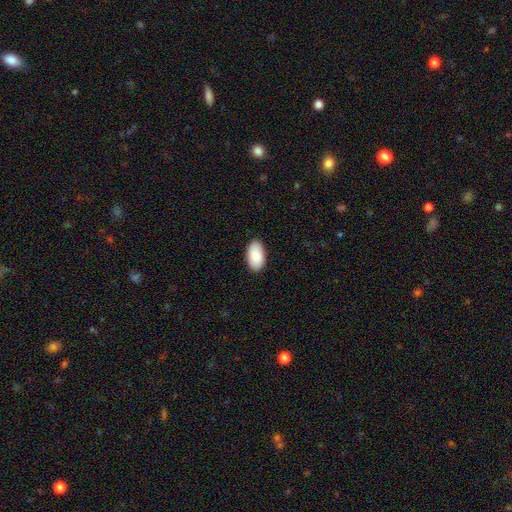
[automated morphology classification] Overall: smooth (88%). How rounded: in between (96%). Merging: none (89%).